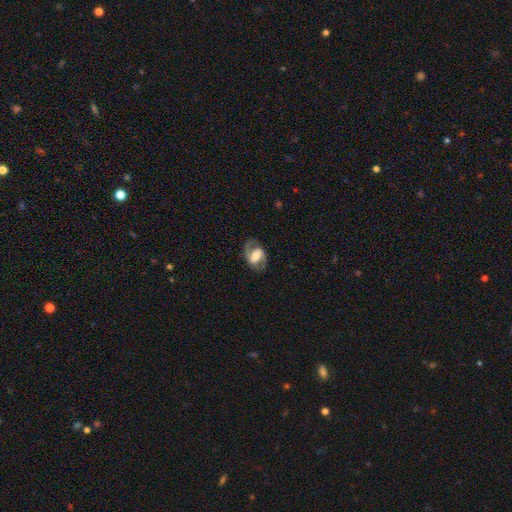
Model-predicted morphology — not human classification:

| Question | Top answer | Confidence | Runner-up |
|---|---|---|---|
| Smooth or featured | featured or disk | 74% | smooth (20%) |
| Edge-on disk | no | 96% | yes (4%) |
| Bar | weak | 41% | strong (37%) |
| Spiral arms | yes | 87% | no (13%) |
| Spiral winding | medium | 53% | loose (24%) |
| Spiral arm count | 2 | 89% | can't tell (5%) |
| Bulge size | moderate | 43% | large (33%) |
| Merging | none | 76% | minor disturbance (14%) |